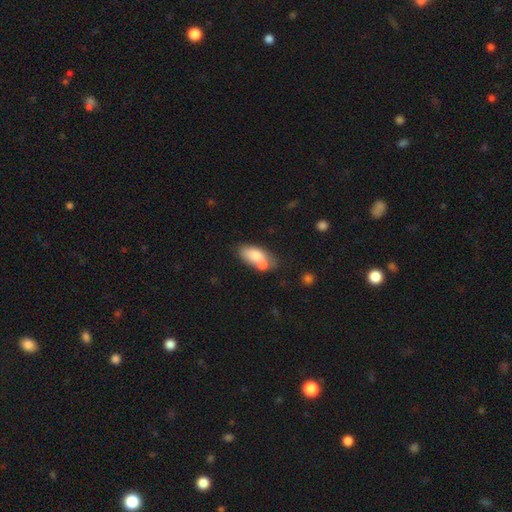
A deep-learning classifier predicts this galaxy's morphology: smooth_or_featured: smooth (p=0.72) [alt: featured or disk p=0.21]
how_rounded: in between (p=0.88) [alt: cigar-shaped p=0.06]
merging: none (p=0.41) [alt: merger p=0.40]